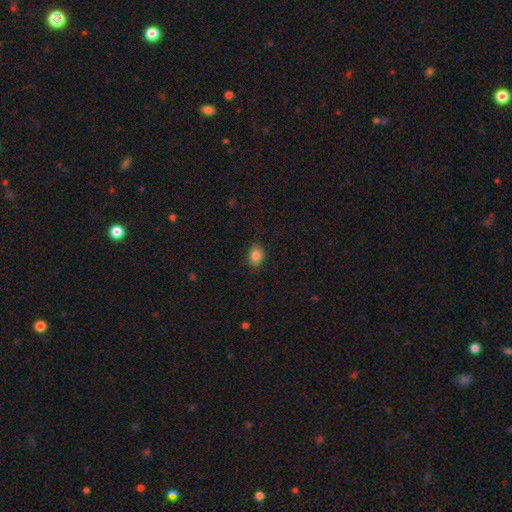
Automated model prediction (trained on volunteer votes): A smooth galaxy with no disk features (86%) that is in between round and cigar-shaped (59%).

Vote fractions:
- Smooth or featured? smooth: 86% / star or artifact: 10% / featured or disk: 4%
- How rounded? in between: 59% / round: 40% / cigar-shaped: 1%
- Merging? none: 84% / minor disturbance: 12% / major disturbance: 3% / merger: 1%